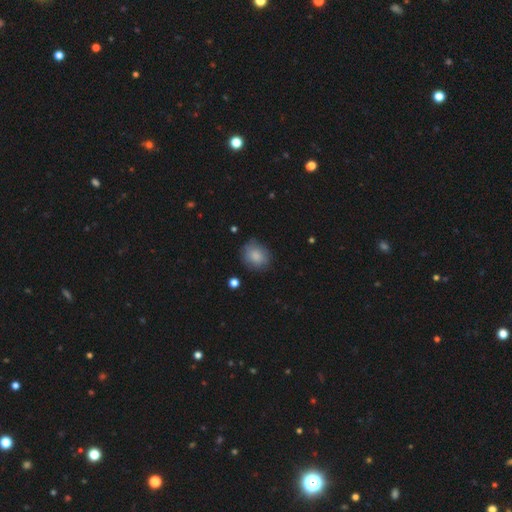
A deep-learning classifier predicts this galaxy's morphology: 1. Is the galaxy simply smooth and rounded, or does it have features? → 84% smooth, 9% featured or disk, 8% star or artifact.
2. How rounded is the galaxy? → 67% round, 32% in between, 1% cigar-shaped.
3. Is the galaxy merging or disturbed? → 75% none, 19% minor disturbance, 5% major disturbance, 2% merger.